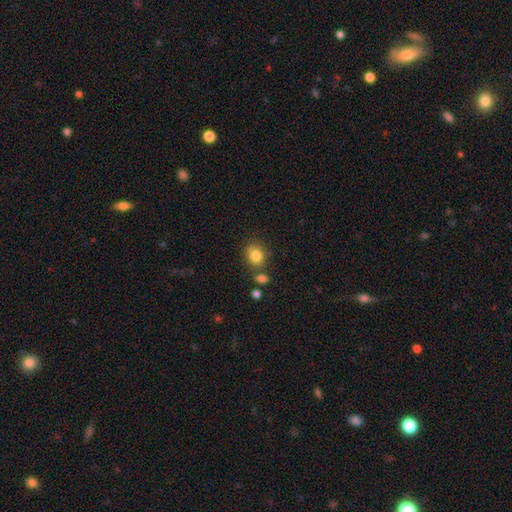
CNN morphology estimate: Smooth or featured: smooth — 84% (star or artifact — 10%)
How rounded: round — 63% (in between — 36%)
Merging: none — 73% (minor disturbance — 13%)